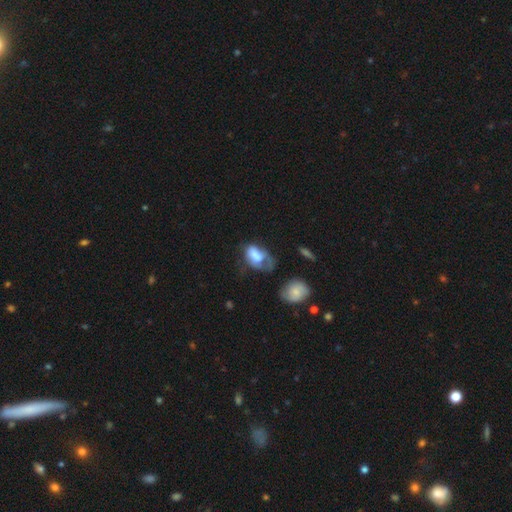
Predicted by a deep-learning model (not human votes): A smooth galaxy with no disk features (61%) that is in between round and cigar-shaped (86%). Merging: major disturbance (39%).